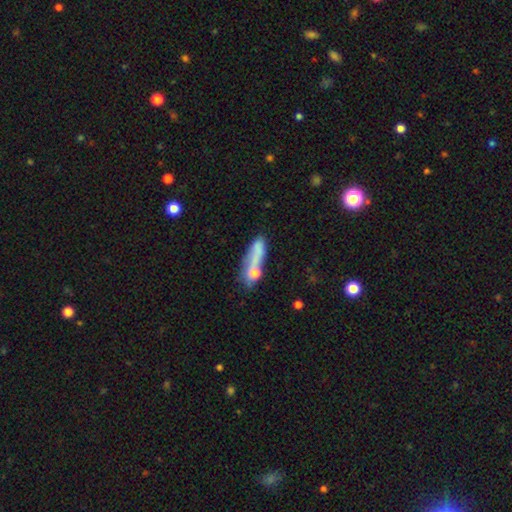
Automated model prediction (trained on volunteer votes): smooth 66%, featured or disk 23%, star or artifact 10%. Down the decision tree: how rounded — cigar-shaped (56%); merging — none (38%).